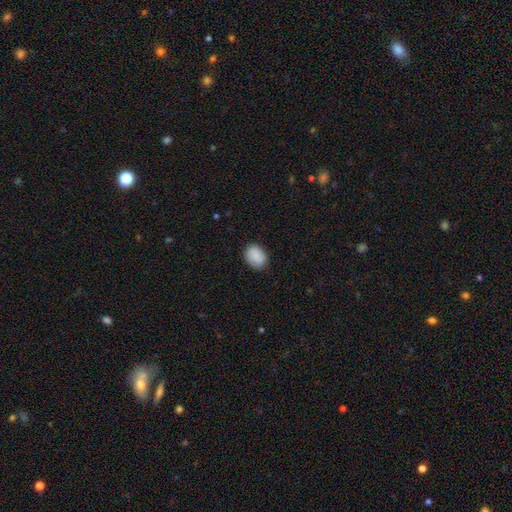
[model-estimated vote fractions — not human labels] This appears to be a smooth galaxy with no disk features (87%) that is in between round and cigar-shaped (68%). Merging: none (82%).